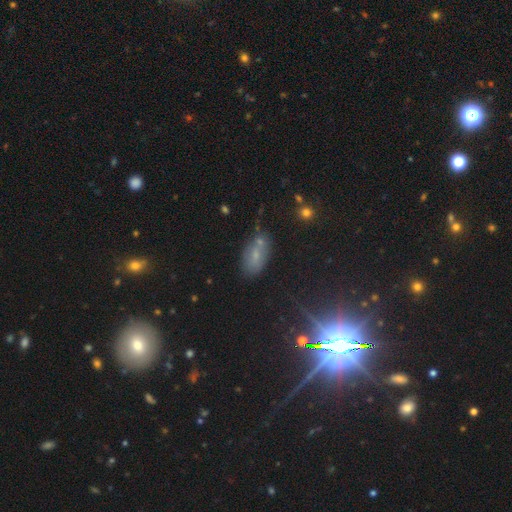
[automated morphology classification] The model was most divided on "smooth or featured": smooth: 54%, star or artifact: 24%, featured or disk: 21%. More confident: how rounded — in between (88%); merging — none (59%).